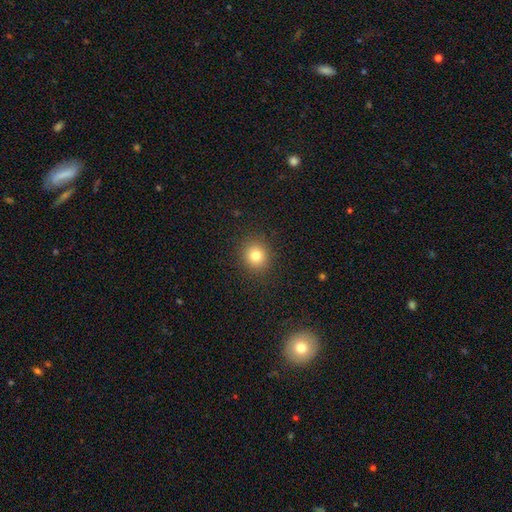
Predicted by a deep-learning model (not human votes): Morphology: type=smooth (79%); roundness=round (87%); merging=none (90%).